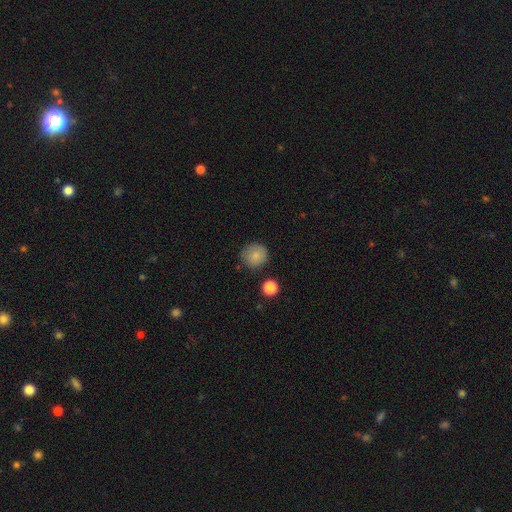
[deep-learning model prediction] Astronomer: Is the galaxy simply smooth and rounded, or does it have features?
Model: smooth — 83%.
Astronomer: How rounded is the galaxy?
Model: round — 92%.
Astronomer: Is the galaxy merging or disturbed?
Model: none — 83%.